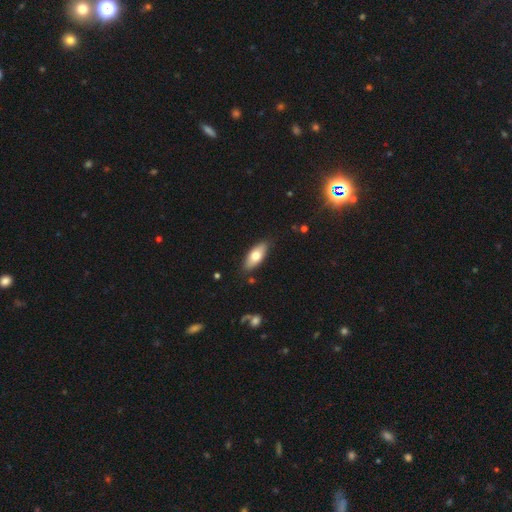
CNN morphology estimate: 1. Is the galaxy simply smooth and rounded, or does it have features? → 71% smooth, 23% featured or disk, 6% star or artifact.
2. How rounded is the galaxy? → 81% in between, 16% cigar-shaped, 2% round.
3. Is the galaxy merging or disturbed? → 85% none, 11% minor disturbance, 2% major disturbance, 2% merger.